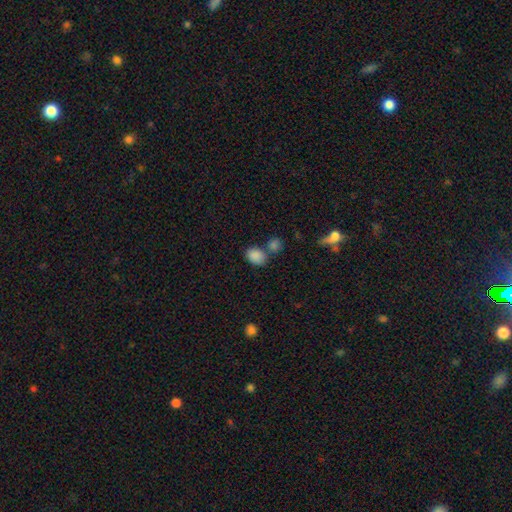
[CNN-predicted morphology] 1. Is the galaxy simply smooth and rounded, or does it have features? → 85% smooth, 10% star or artifact, 5% featured or disk.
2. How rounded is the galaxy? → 70% in between, 29% round, 1% cigar-shaped.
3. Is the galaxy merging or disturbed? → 54% none, 30% merger, 12% minor disturbance, 4% major disturbance.